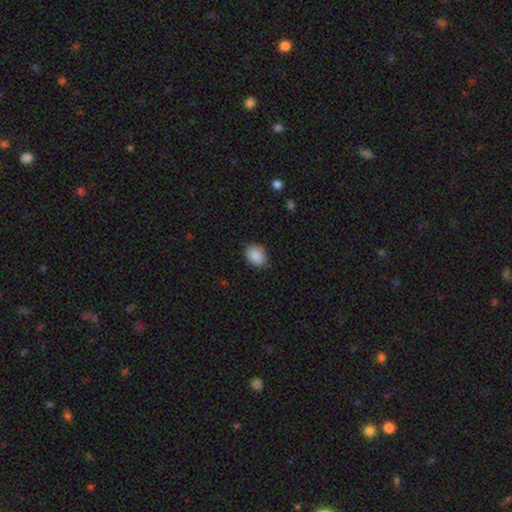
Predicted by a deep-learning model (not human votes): smooth 89%, star or artifact 7%, featured or disk 4%. Down the decision tree: how rounded — in between (73%); merging — none (79%).